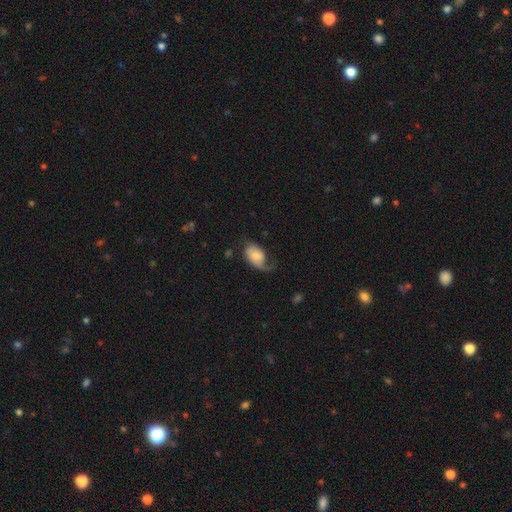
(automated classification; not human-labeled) Morphology: type=featured or disk (50%); merging=none (38%).